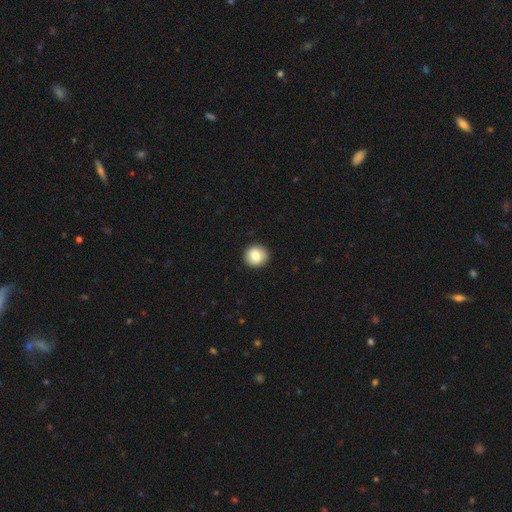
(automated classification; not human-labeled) Q: Smooth or featured?
A: smooth (84%); runner-up: featured or disk (8%)
Q: How rounded?
A: round (91%); runner-up: in between (8%)
Q: Merging?
A: none (90%); runner-up: minor disturbance (7%)